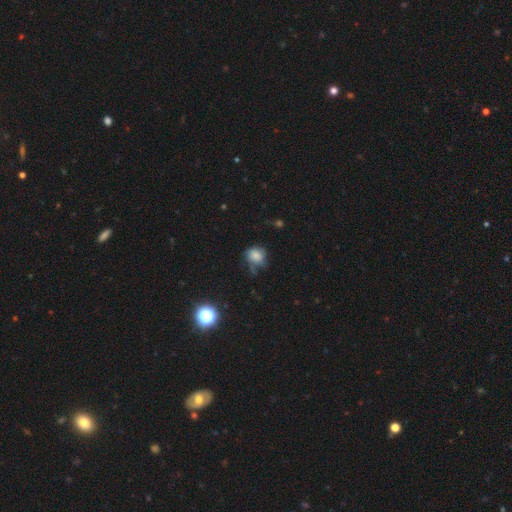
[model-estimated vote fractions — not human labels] Smooth or featured: smooth — 75% (star or artifact — 13%)
How rounded: round — 69% (in between — 30%)
Merging: none — 48% (minor disturbance — 31%)